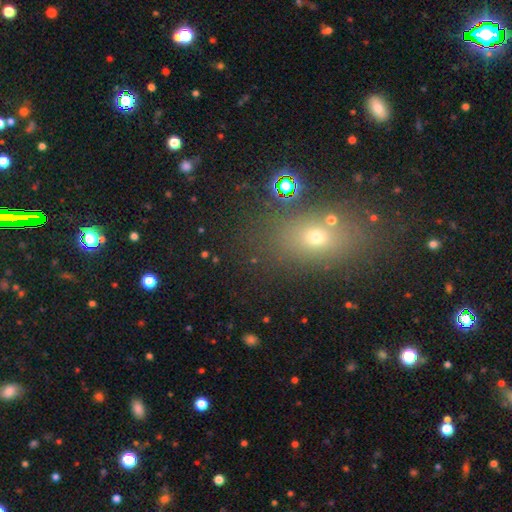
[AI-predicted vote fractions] smooth 54%, star or artifact 33%, featured or disk 13%. Down the decision tree: how rounded — in between (65%); merging — none (80%).